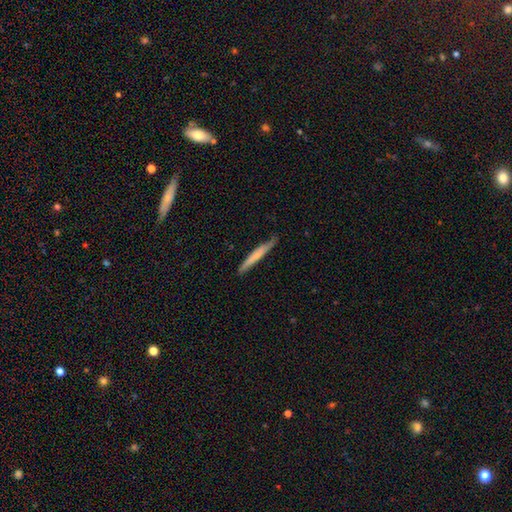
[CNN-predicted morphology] smooth 56%, featured or disk 39%, star or artifact 5%. Down the decision tree: how rounded — cigar-shaped (95%); merging — none (80%).